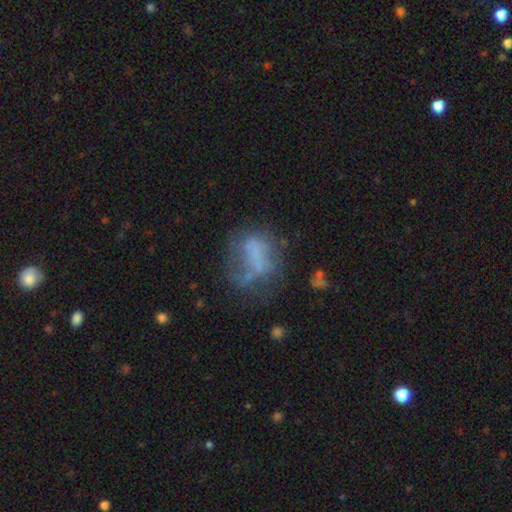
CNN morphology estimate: This appears to be a smooth galaxy with no disk features (43%). Merging: none (36%).